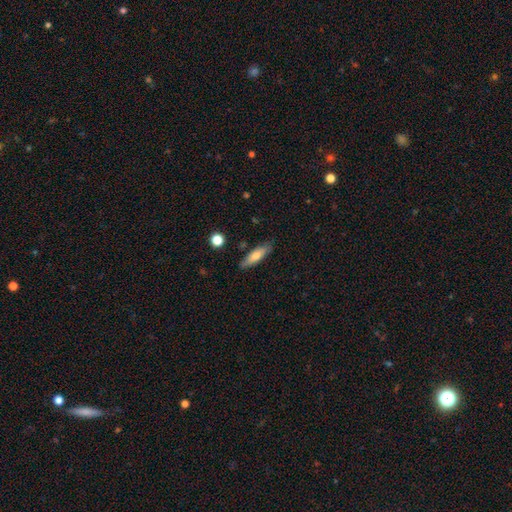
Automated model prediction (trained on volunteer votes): Smooth or featured? Predicted: smooth (p=0.69). How rounded? Predicted: cigar-shaped (p=0.61). Merging? Predicted: none (p=0.83).